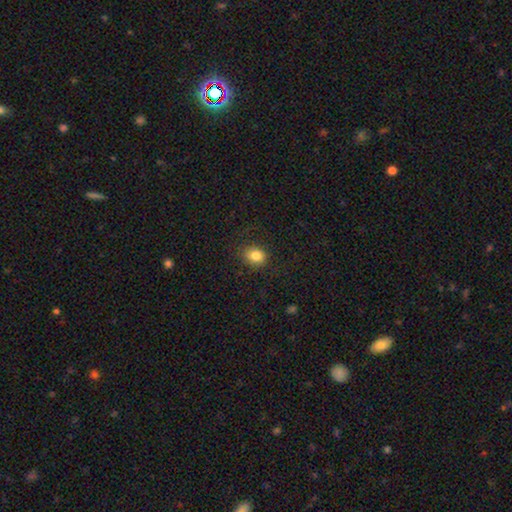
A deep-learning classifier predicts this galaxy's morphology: Smooth or featured? smooth (83%)
How rounded? round (53%)
Merging? none (83%)